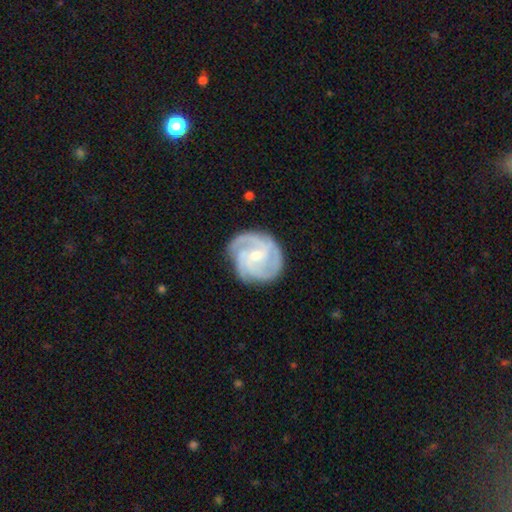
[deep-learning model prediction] Smooth or featured? featured or disk (89%)
Edge-on disk? no (98%)
Bar? no (47%)
Spiral arms? yes (98%)
Spiral winding? tight (60%)
Spiral arm count? 3 (51%)
Bulge size? small (61%)
Merging? none (78%)